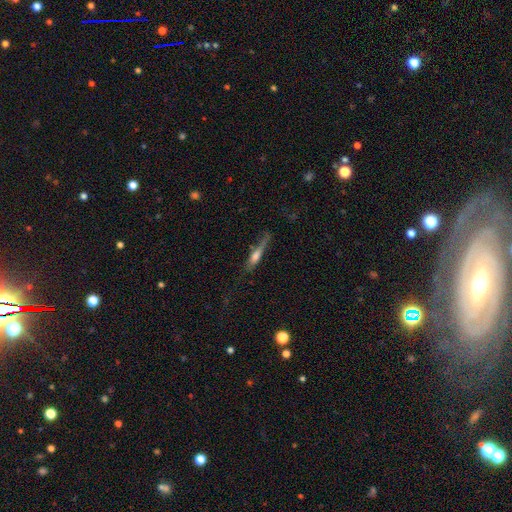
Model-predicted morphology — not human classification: A smooth galaxy with no disk features (50%) that is cigar-shaped (84%). Merging: none (57%).